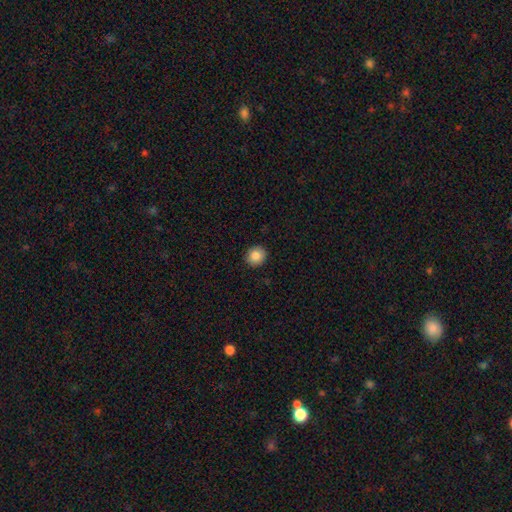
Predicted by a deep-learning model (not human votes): Q: Smooth or featured?
A: smooth (86%); runner-up: star or artifact (9%)
Q: How rounded?
A: round (85%); runner-up: in between (14%)
Q: Merging?
A: none (91%); runner-up: minor disturbance (6%)